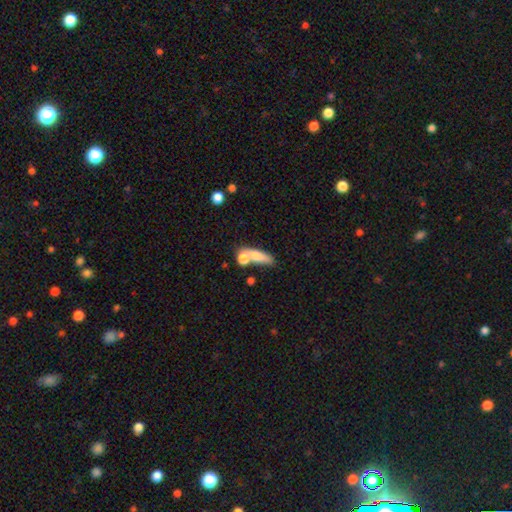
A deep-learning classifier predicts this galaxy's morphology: Smooth or featured? Predicted: smooth (p=0.72). How rounded? Predicted: in between (p=0.51). Merging? Predicted: merger (p=0.40).